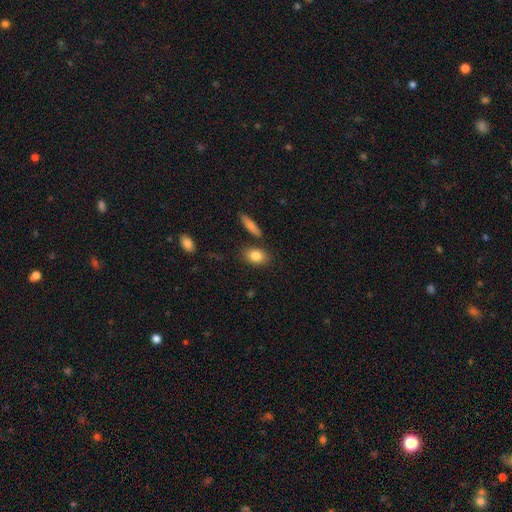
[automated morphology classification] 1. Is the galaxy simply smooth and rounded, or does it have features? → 83% smooth, 10% featured or disk, 7% star or artifact.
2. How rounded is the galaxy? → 78% in between, 18% round, 4% cigar-shaped.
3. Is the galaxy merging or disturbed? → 79% none, 11% minor disturbance, 7% merger, 3% major disturbance.